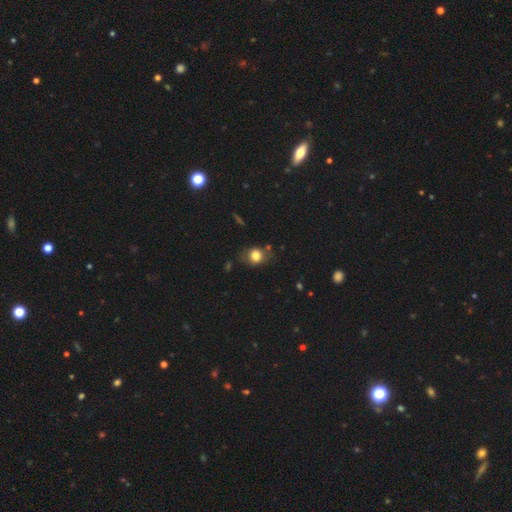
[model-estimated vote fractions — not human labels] The model was most divided on "how rounded": round: 58%, in between: 41%, cigar-shaped: 1%. More confident: smooth or featured — smooth (77%); merging — none (70%).